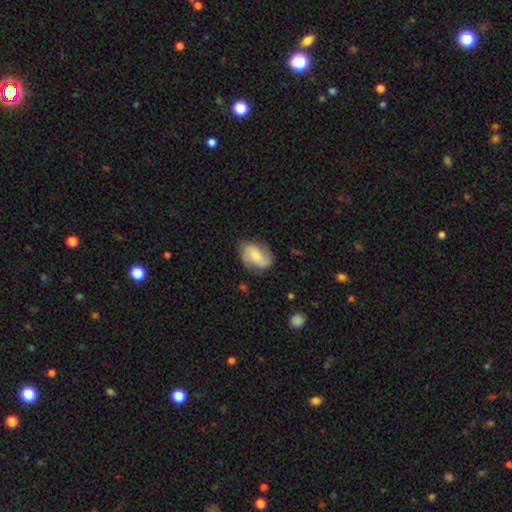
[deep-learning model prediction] Smooth or featured? featured or disk (50%)
Merging? none (66%)